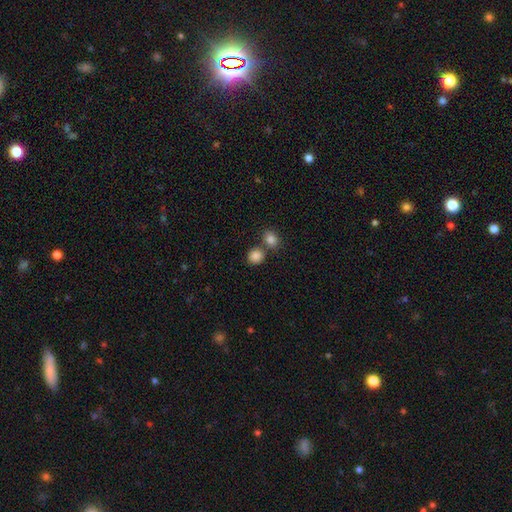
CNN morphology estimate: This is clearly a smooth galaxy (85%). How rounded: likely round (78%). Merging: likely none (63%).